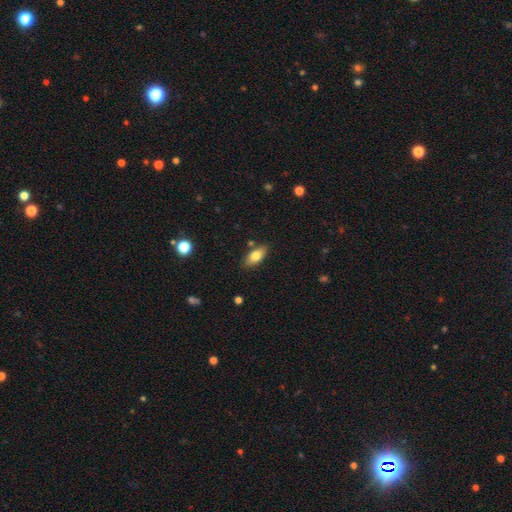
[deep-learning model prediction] Q: Smooth or featured?
A: smooth (79%); runner-up: featured or disk (14%)
Q: How rounded?
A: in between (88%); runner-up: cigar-shaped (9%)
Q: Merging?
A: none (82%); runner-up: minor disturbance (12%)